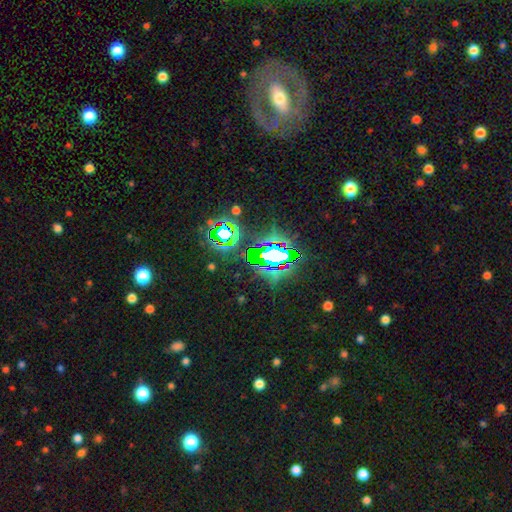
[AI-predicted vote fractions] smooth-or-featured: star or artifact: 68% | featured or disk: 18% | smooth: 14%